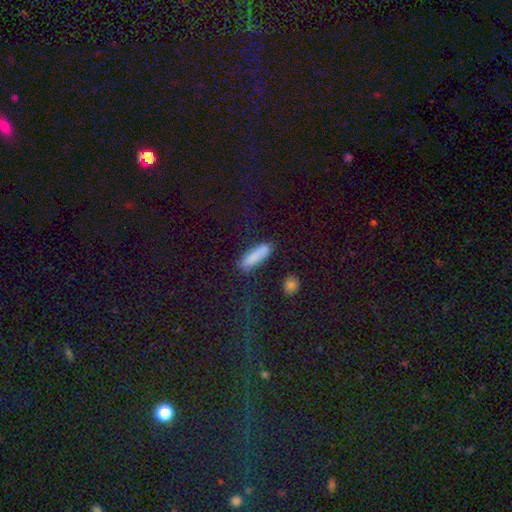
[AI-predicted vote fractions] This is clearly a smooth galaxy (85%). How rounded: likely cigar-shaped (64%). Merging: clearly none (80%).